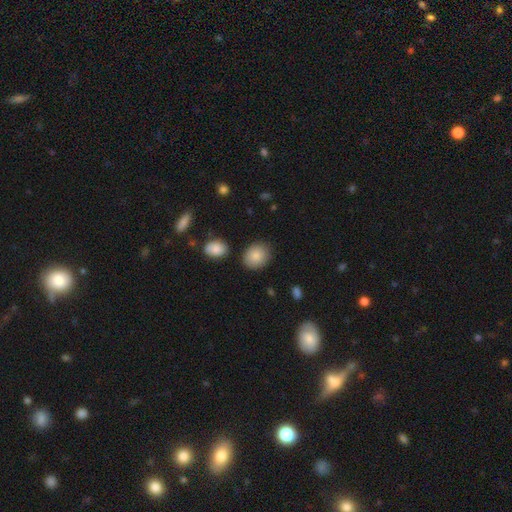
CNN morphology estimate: smooth-or-featured: smooth: 86% | star or artifact: 7% | featured or disk: 7%
  how-rounded: round: 58% | in between: 41% | cigar-shaped: 1%
  merging: none: 84% | minor disturbance: 11% | merger: 3% | major disturbance: 3%